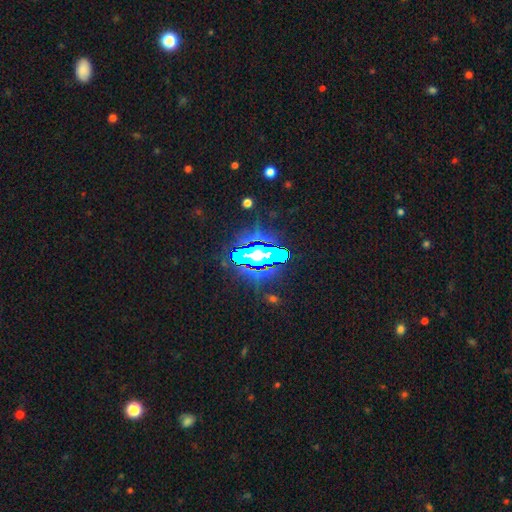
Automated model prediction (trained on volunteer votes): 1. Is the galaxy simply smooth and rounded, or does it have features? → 58% star or artifact, 21% smooth, 21% featured or disk.